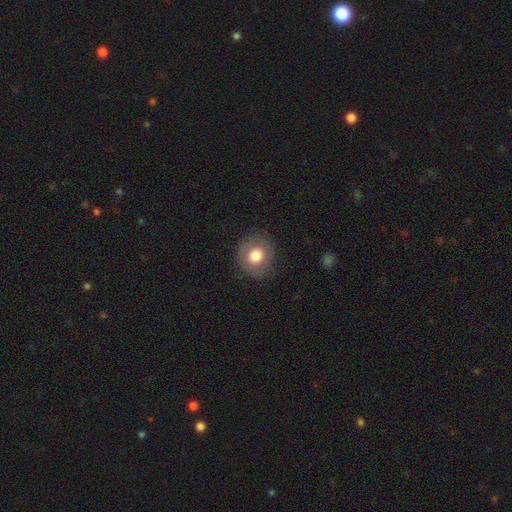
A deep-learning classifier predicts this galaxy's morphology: The model was most divided on "smooth or featured": smooth: 71%, featured or disk: 20%, star or artifact: 9%. More confident: how rounded — round (84%); merging — none (84%).